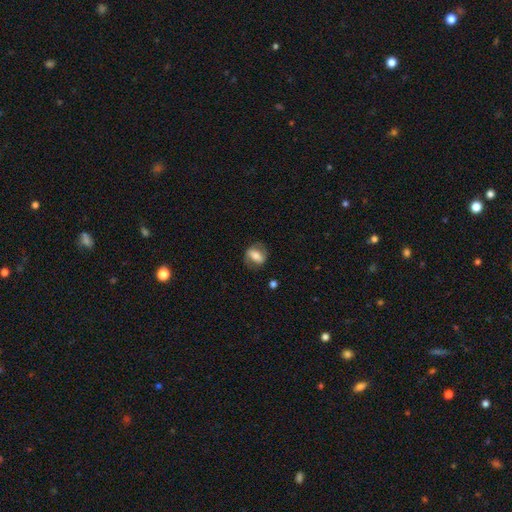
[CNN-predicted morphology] smooth_or_featured: smooth (p=0.50) [alt: featured or disk p=0.43]
merging: none (p=0.72) [alt: minor disturbance p=0.18]